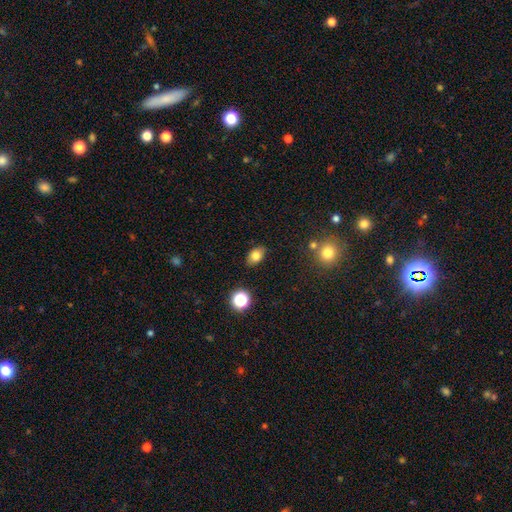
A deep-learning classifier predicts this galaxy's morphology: Smooth or featured: smooth — 79% (star or artifact — 11%)
How rounded: in between — 80% (round — 19%)
Merging: none — 84% (minor disturbance — 12%)